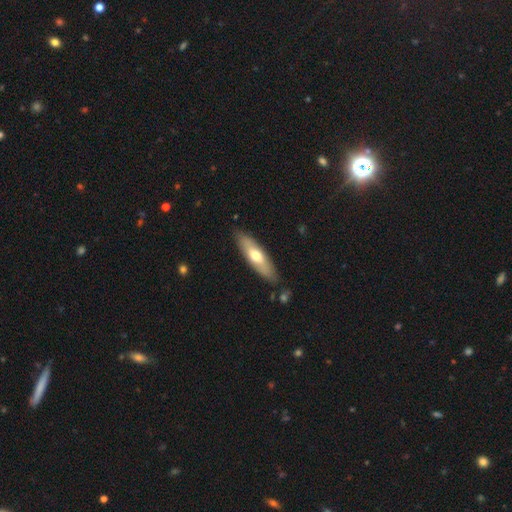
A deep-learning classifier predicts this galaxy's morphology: This is possibly a smooth galaxy (57%). How rounded: possibly cigar-shaped (57%). Merging: clearly none (84%).